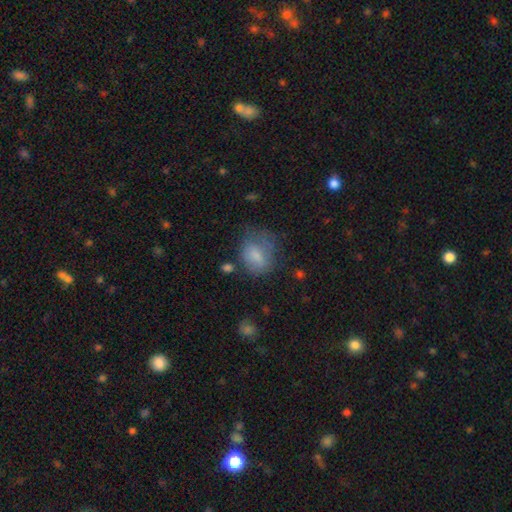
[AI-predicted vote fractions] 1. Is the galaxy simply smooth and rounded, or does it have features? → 72% smooth, 18% featured or disk, 10% star or artifact.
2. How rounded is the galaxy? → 56% in between, 43% round, 1% cigar-shaped.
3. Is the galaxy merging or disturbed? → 43% none, 29% minor disturbance, 23% major disturbance, 5% merger.